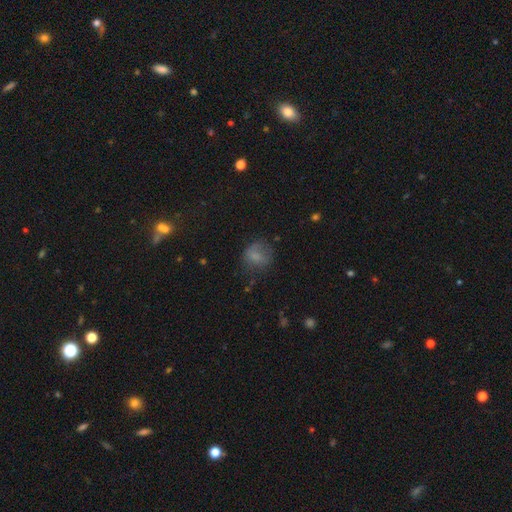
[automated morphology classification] A smooth galaxy with no disk features (69%) that is round (67%). Merging: none (53%).